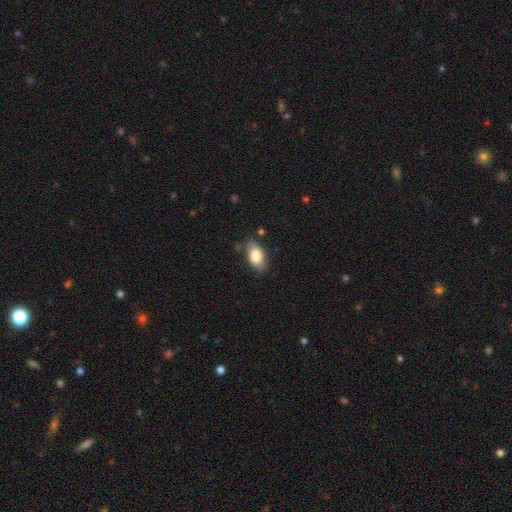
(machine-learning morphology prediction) smooth 82%, featured or disk 11%, star or artifact 7%. Down the decision tree: how rounded — in between (91%); merging — none (73%).